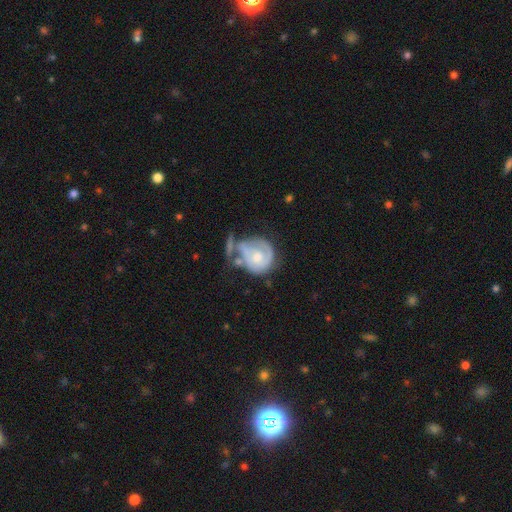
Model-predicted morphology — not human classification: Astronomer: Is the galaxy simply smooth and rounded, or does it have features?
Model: featured or disk — 60%.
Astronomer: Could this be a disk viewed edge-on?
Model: no — 97%.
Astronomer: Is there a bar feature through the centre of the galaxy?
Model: no — 77%.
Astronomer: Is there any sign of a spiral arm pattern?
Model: yes — 64%.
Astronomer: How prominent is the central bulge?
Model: moderate — 59%.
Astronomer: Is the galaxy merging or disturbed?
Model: none — 29% (runner-up: major disturbance, 28%).